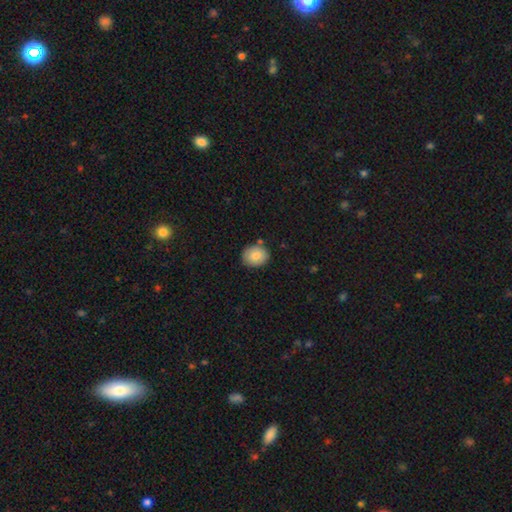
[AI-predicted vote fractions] Morphology: type=smooth (82%); roundness=round (60%); merging=none (81%).